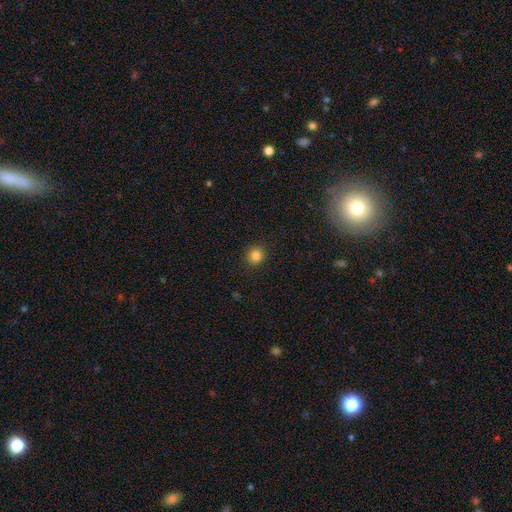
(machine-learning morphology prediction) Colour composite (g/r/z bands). It shows a smooth galaxy with no disk features (83%) that is round (91%). Merging: none (92%).